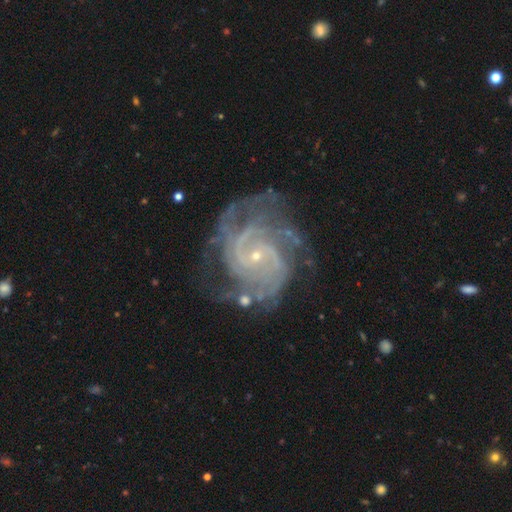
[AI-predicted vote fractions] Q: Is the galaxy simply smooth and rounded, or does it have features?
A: featured or disk — 91%.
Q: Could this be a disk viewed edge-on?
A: no — 98%.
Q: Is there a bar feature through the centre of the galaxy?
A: no — 58%.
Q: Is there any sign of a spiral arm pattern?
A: yes — 98%.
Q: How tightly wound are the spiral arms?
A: tight — 60%.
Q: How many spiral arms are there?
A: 2 — 29%.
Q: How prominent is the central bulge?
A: small — 87%.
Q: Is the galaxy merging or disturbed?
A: none — 67%.